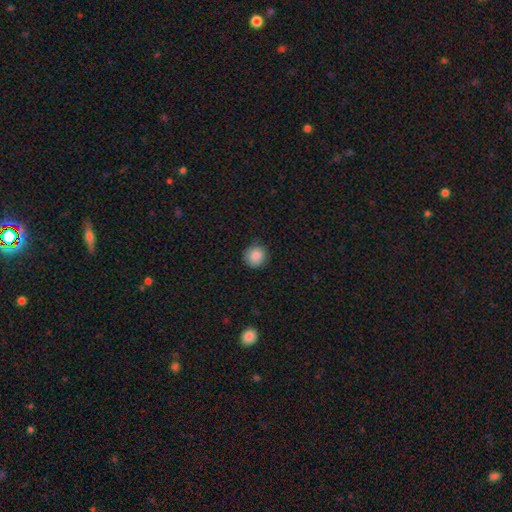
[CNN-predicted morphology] Smooth or featured?
  - smooth: 86% *
  - star or artifact: 9%
  - featured or disk: 6%
How rounded?
  - round: 91% *
  - in between: 8%
  - cigar-shaped: 1%
Merging?
  - none: 85% *
  - minor disturbance: 12%
  - major disturbance: 2%
  - merger: 1%